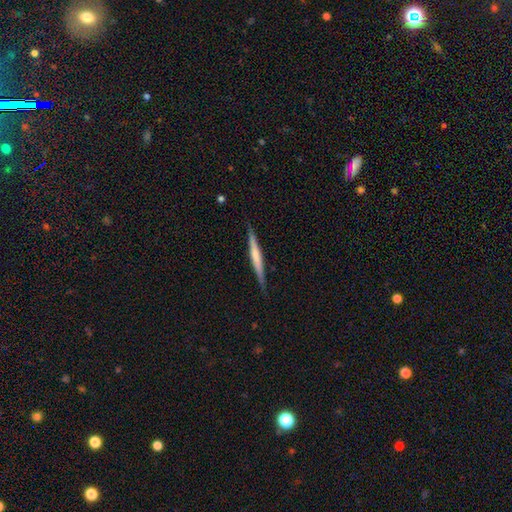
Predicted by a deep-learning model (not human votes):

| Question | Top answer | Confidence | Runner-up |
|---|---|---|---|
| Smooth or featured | featured or disk | 52% | smooth (42%) |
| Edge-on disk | yes | 97% | no (3%) |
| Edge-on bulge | none | 58% | rounded (27%) |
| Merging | none | 88% | minor disturbance (10%) |